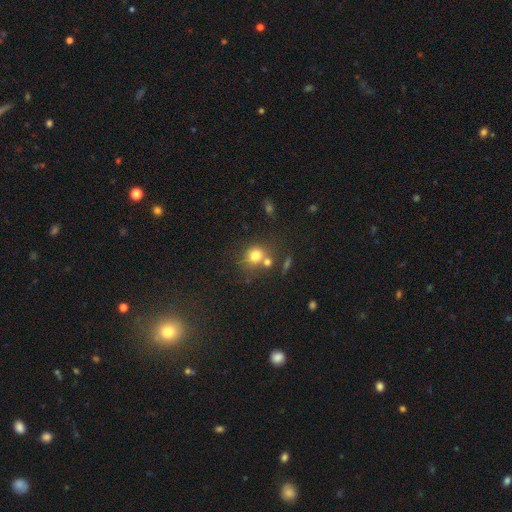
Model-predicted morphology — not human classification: This appears to be a smooth galaxy with no disk features (77%) that is round (78%). Merging: none (57%).